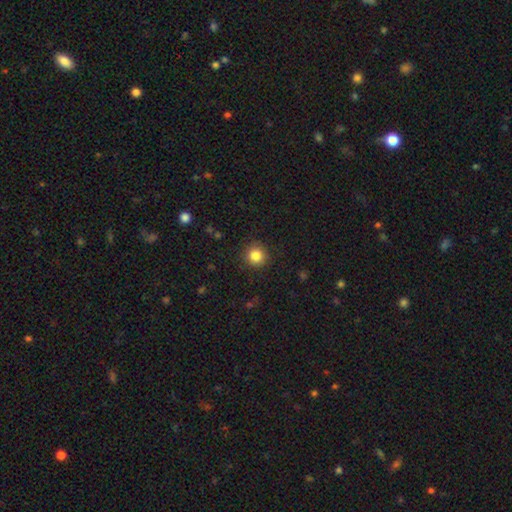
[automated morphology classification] Smooth or featured? smooth (84%)
How rounded? round (94%)
Merging? none (90%)